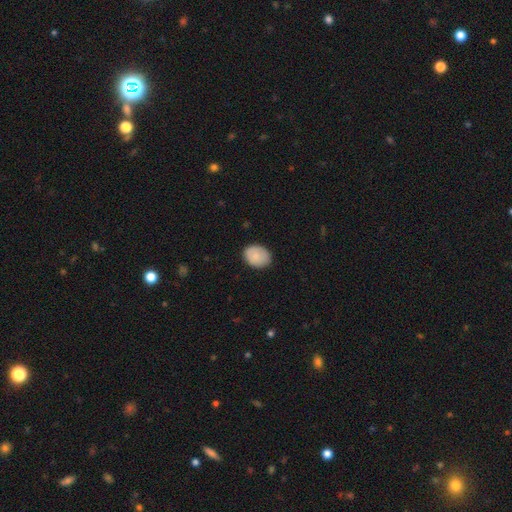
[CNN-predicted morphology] smooth_or_featured: smooth (p=0.84) [alt: featured or disk p=0.09]
how_rounded: in between (p=0.62) [alt: round p=0.37]
merging: none (p=0.83) [alt: minor disturbance p=0.13]